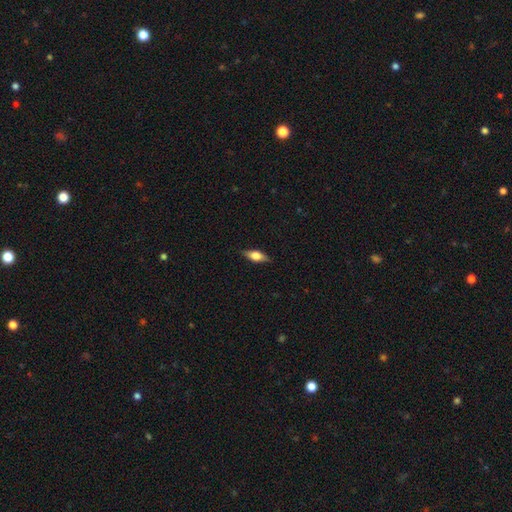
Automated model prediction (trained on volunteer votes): Q: Smooth or featured?
A: smooth (55%); runner-up: featured or disk (38%)
Q: How rounded?
A: in between (68%); runner-up: cigar-shaped (28%)
Q: Merging?
A: none (86%); runner-up: minor disturbance (11%)